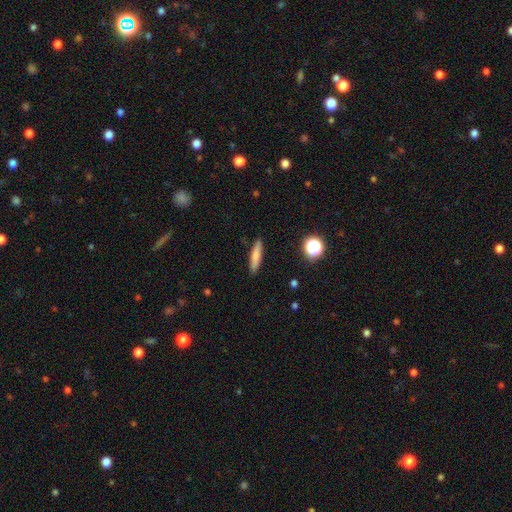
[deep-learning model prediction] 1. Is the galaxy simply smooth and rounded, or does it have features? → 75% smooth, 17% featured or disk, 9% star or artifact.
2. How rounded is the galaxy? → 86% cigar-shaped, 12% in between, 2% round.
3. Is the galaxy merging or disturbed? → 89% none, 8% minor disturbance, 2% major disturbance, 1% merger.